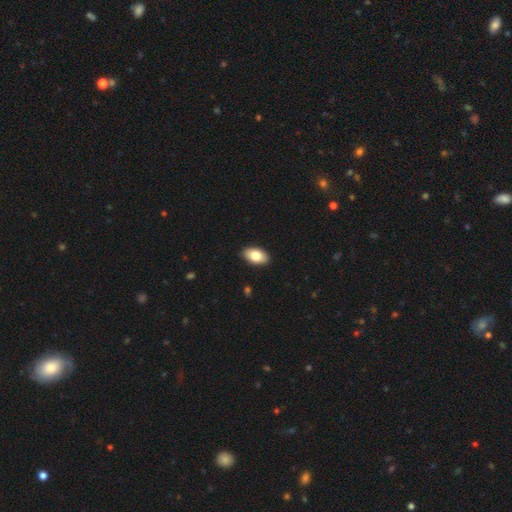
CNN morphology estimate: A smooth galaxy with no disk features (82%) that is in between round and cigar-shaped (94%). Merging: none (90%).